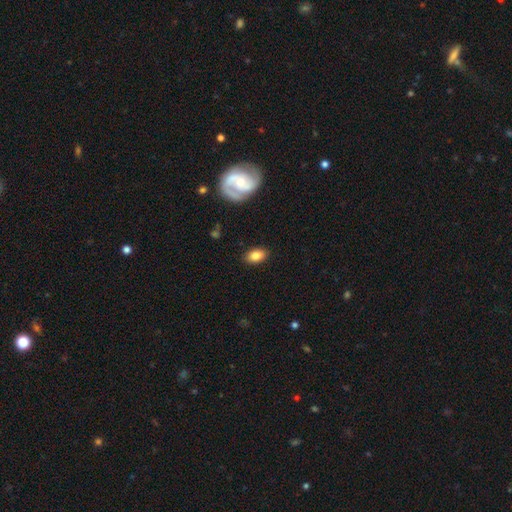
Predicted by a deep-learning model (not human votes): A smooth galaxy with no disk features (82%) that is in between round and cigar-shaped (88%).

Vote fractions:
- Smooth or featured? smooth: 82% / featured or disk: 10% / star or artifact: 8%
- How rounded? in between: 88% / round: 10% / cigar-shaped: 2%
- Merging? none: 87% / minor disturbance: 10% / major disturbance: 2% / merger: 1%